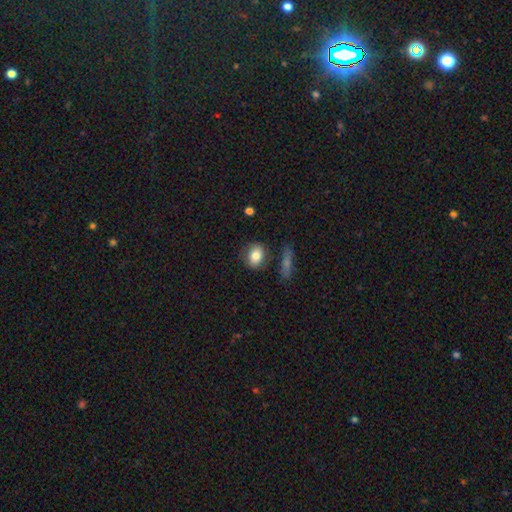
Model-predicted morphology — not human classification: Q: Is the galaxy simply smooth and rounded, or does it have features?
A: smooth — 82%.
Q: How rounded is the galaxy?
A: in between — 55%.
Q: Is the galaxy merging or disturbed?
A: none — 78%.